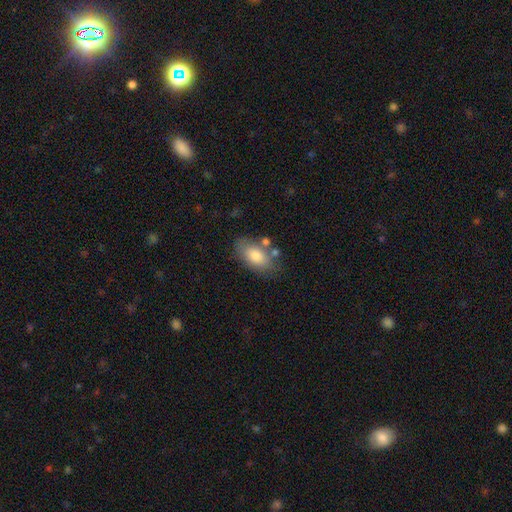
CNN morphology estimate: This appears to be a smooth galaxy with no disk features (78%) that is in between round and cigar-shaped (92%). Merging: none (66%).